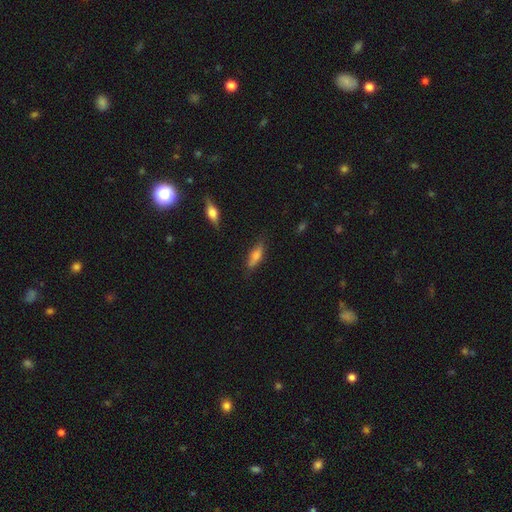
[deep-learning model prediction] This appears to be a smooth galaxy with no disk features (67%) that is in between round and cigar-shaped (51%). Merging: none (78%).